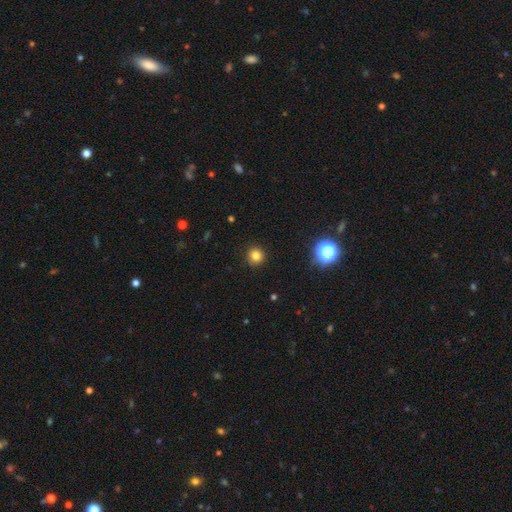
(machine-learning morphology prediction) type=smooth (81%); roundness=round (94%); merging=none (92%).